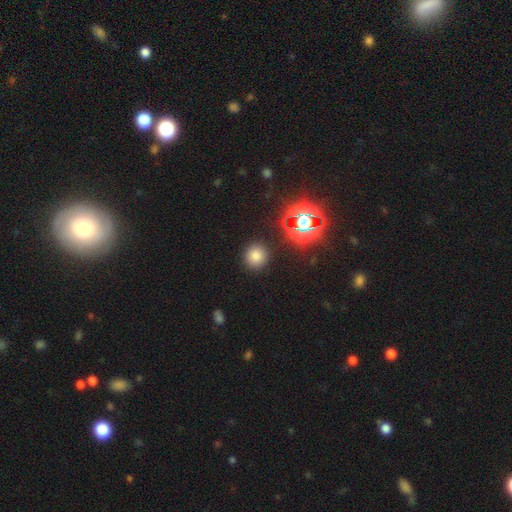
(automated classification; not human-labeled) This appears to be a smooth galaxy with no disk features (75%) that is round (86%). Merging: none (89%).